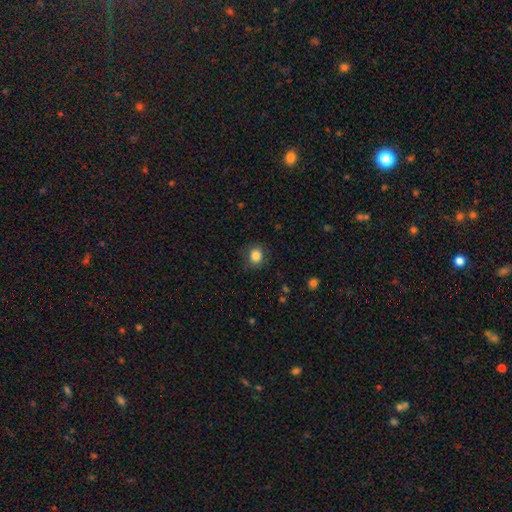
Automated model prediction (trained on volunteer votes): Smooth or featured? smooth (84%)
How rounded? round (74%)
Merging? none (81%)